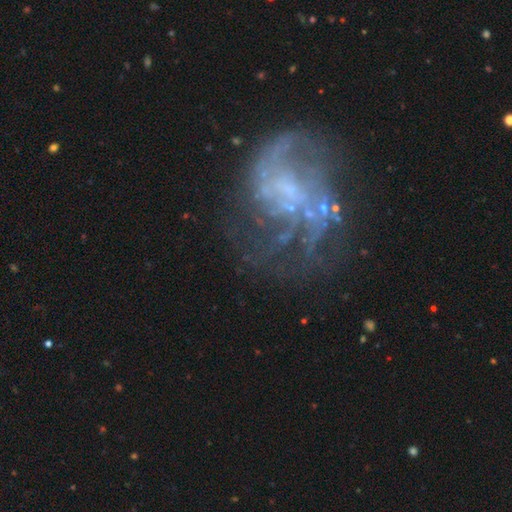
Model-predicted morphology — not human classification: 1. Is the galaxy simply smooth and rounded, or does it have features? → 75% featured or disk, 14% star or artifact, 11% smooth.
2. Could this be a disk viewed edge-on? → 98% no, 2% yes.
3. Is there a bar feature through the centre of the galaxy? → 61% no, 32% weak, 7% strong.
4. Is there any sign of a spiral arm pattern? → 69% yes, 31% no.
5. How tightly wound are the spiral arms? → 46% loose, 35% medium, 19% tight.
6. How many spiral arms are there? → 37% can't tell, 34% 2, 10% 3, 9% 1, 5% 4, 5% more than 4.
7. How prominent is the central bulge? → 43% none, 42% small, 12% moderate, 2% large, 1% dominant.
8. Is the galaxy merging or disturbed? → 44% none, 33% major disturbance, 18% minor disturbance, 6% merger.